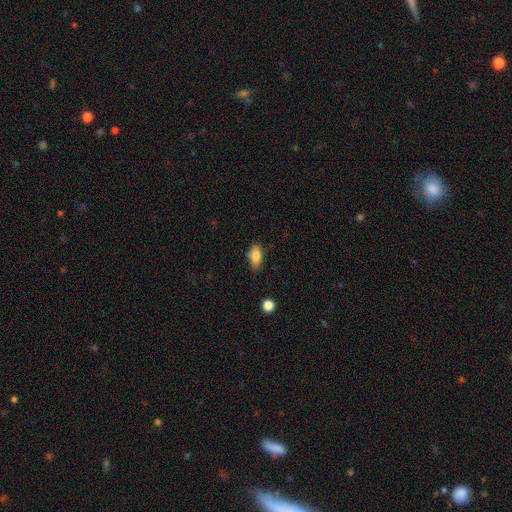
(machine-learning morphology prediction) smooth-or-featured: smooth: 83% | featured or disk: 9% | star or artifact: 8%
  how-rounded: in between: 86% | cigar-shaped: 8% | round: 5%
  merging: none: 76% | minor disturbance: 19% | major disturbance: 3% | merger: 2%